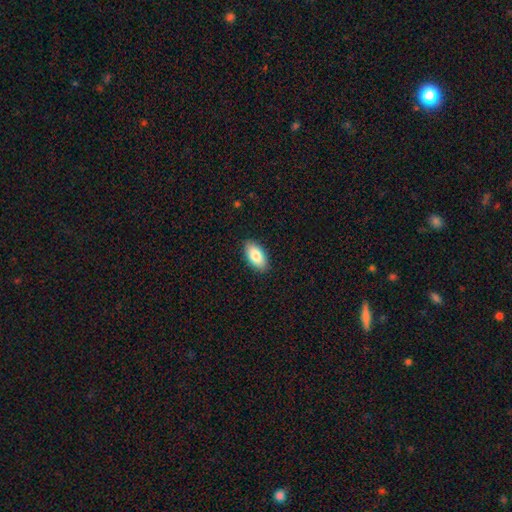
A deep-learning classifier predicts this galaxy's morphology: This appears to be a smooth galaxy with no disk features (83%) that is in between round and cigar-shaped (93%). Merging: none (89%).